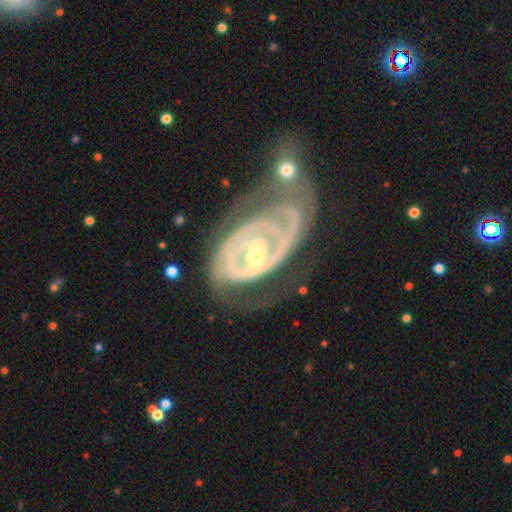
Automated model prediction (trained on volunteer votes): Smooth or featured? Predicted: featured or disk (p=0.87). Edge-on disk? Predicted: no (p=0.96). Bar? Predicted: no (p=0.47). Spiral arms? Predicted: yes (p=0.88). Spiral winding? Predicted: tight (p=0.69). Spiral arm count? Predicted: 2 (p=0.42). Bulge size? Predicted: small (p=0.60). Merging? Predicted: none (p=0.31).